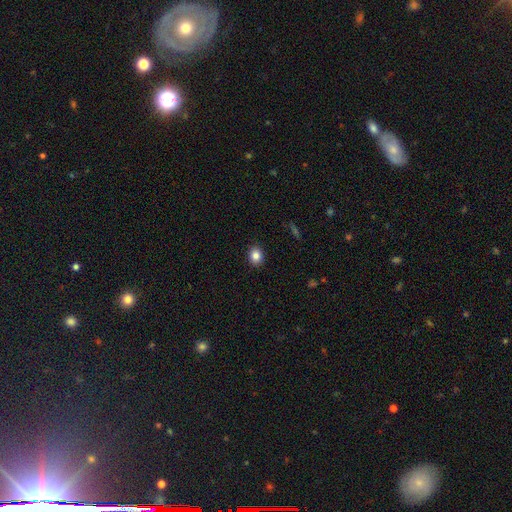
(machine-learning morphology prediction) A smooth galaxy with no disk features (84%) that is round (61%).

Vote fractions:
- Smooth or featured? smooth: 84% / star or artifact: 10% / featured or disk: 6%
- How rounded? round: 61% / in between: 38% / cigar-shaped: 1%
- Merging? none: 90% / minor disturbance: 7% / major disturbance: 2% / merger: 1%